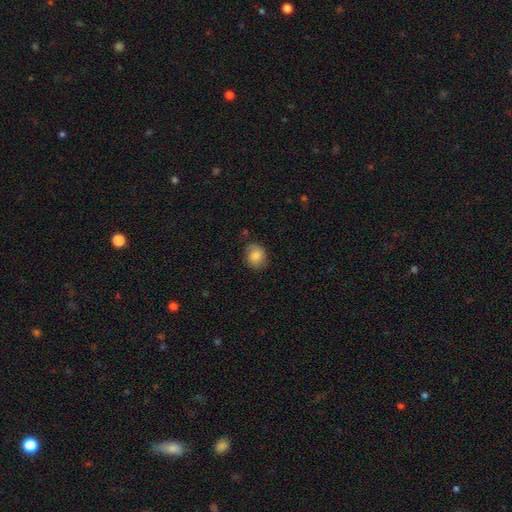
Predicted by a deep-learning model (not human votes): A smooth galaxy with no disk features (78%) that is round (63%).

Vote fractions:
- Smooth or featured? smooth: 78% / featured or disk: 13% / star or artifact: 8%
- How rounded? round: 63% / in between: 36% / cigar-shaped: 1%
- Merging? none: 73% / minor disturbance: 21% / major disturbance: 5% / merger: 2%